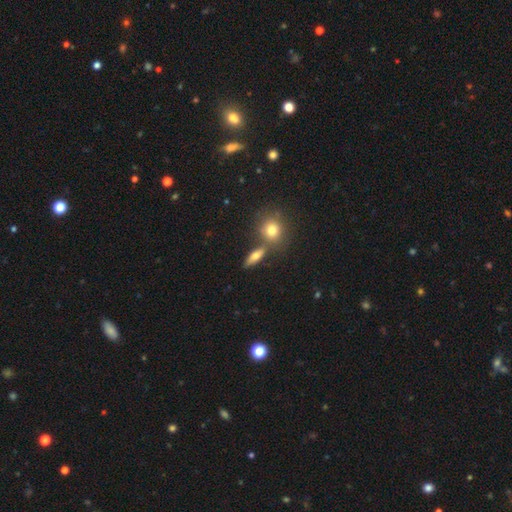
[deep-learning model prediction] The model was most divided on "how rounded": in between: 54%, cigar-shaped: 32%, round: 14%. More confident: merging — none (68%); smooth or featured — smooth (65%).